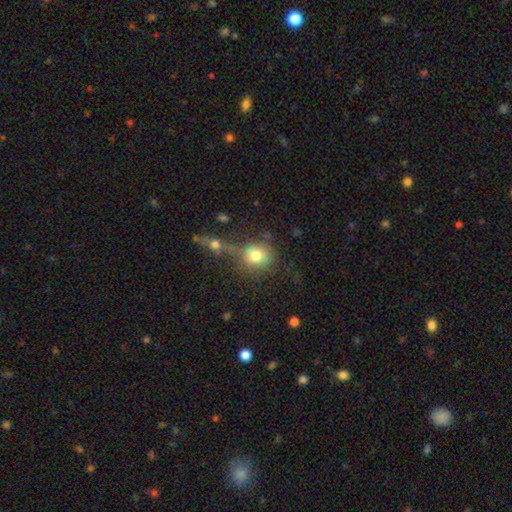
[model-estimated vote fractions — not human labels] Q: Smooth or featured?
A: smooth (77%); runner-up: featured or disk (11%)
Q: How rounded?
A: round (81%); runner-up: in between (18%)
Q: Merging?
A: none (52%); runner-up: merger (25%)